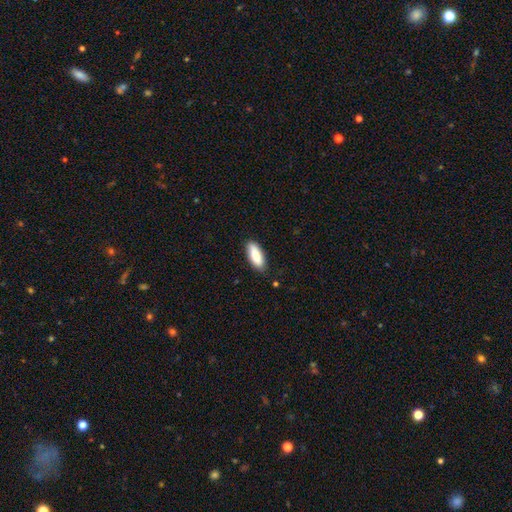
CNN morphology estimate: Overall: smooth (85%). How rounded: in between (75%). Merging: none (86%).